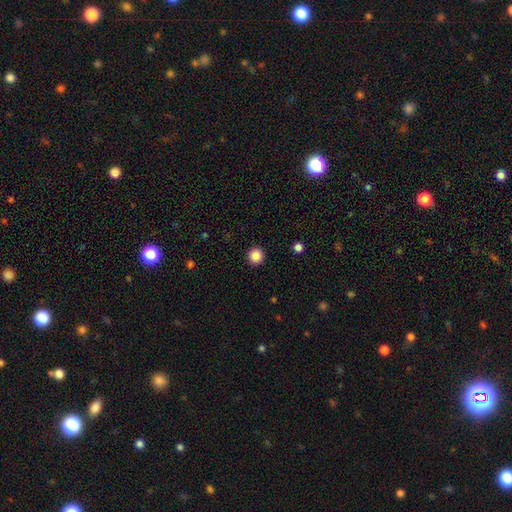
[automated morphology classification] type=smooth (86%); roundness=round (95%); merging=none (93%).